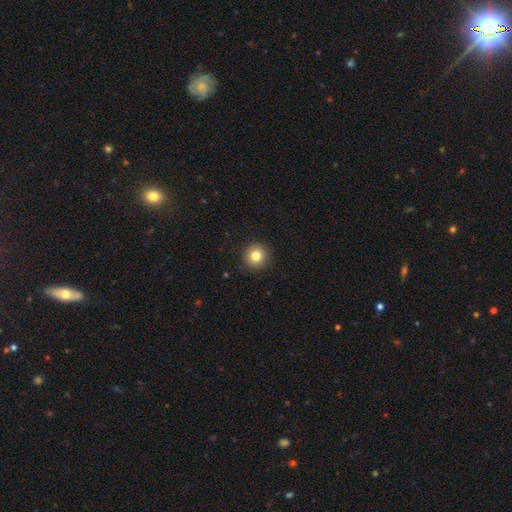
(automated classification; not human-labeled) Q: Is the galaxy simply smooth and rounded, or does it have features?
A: smooth — 82%.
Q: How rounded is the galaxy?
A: round — 94%.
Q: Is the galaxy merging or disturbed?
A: none — 92%.